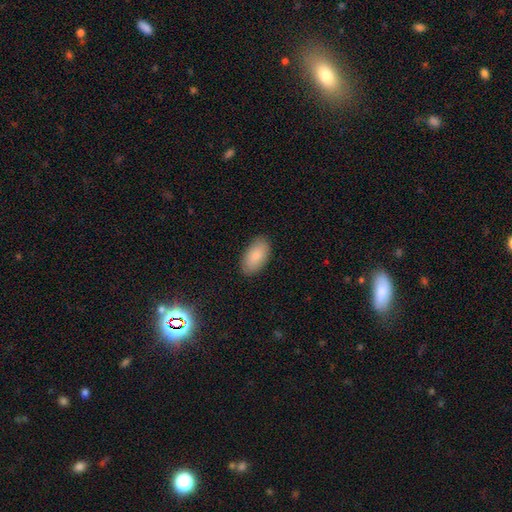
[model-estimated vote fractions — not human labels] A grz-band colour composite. It shows a smooth galaxy with no disk features (84%) that is in between round and cigar-shaped (95%). Merging: none (87%).